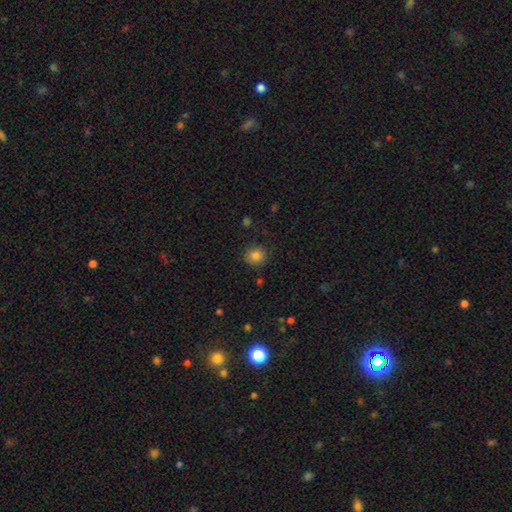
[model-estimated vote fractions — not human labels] smooth_or_featured: smooth (p=0.82) [alt: star or artifact p=0.11]
how_rounded: round (p=0.88) [alt: in between p=0.11]
merging: none (p=0.87) [alt: minor disturbance p=0.10]